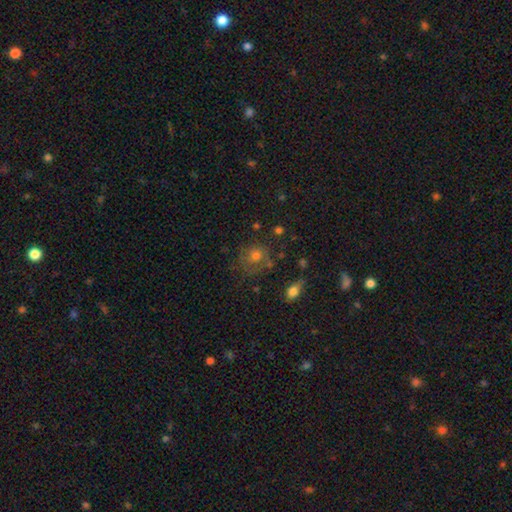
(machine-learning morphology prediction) The model was most divided on "smooth or featured": smooth: 60%, featured or disk: 25%, star or artifact: 15%. More confident: how rounded — round (79%); merging — none (61%).